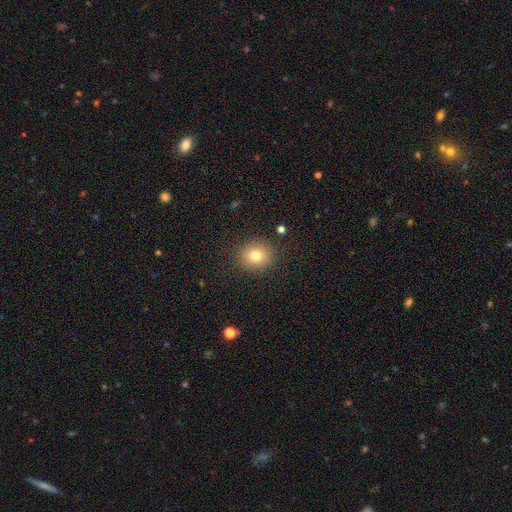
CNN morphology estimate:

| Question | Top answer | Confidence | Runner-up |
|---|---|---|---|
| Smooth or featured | smooth | 79% | star or artifact (12%) |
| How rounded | round | 77% | in between (22%) |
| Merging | none | 89% | minor disturbance (7%) |